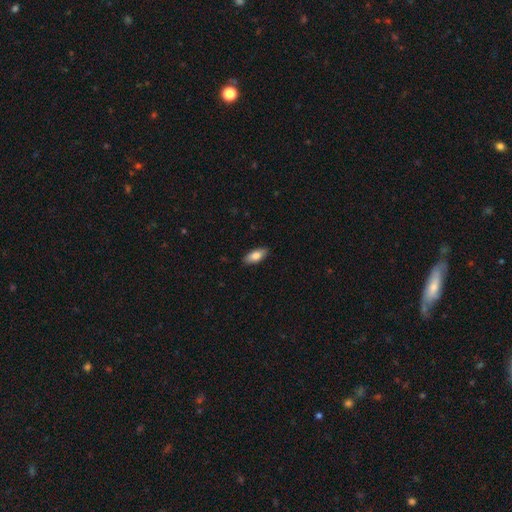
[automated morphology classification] smooth_or_featured: smooth (p=0.79) [alt: featured or disk p=0.15]
how_rounded: in between (p=0.83) [alt: cigar-shaped p=0.14]
merging: none (p=0.88) [alt: minor disturbance p=0.10]